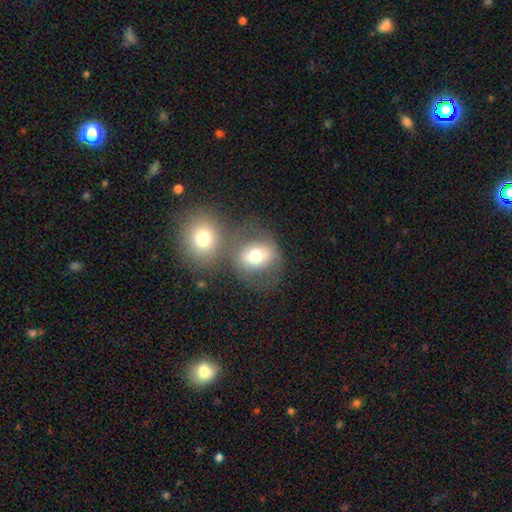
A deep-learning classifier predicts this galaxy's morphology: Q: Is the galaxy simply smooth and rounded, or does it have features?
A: smooth — 63%.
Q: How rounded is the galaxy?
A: round — 57%.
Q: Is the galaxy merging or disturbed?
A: none — 45%.